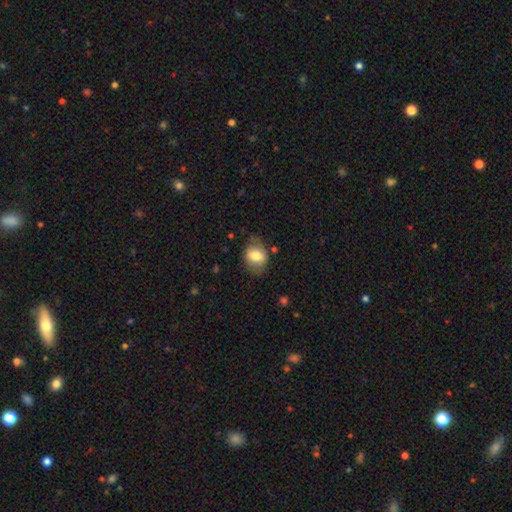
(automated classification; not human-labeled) Smooth or featured: smooth — 74% (featured or disk — 19%)
How rounded: in between — 63% (round — 36%)
Merging: none — 68% (minor disturbance — 22%)